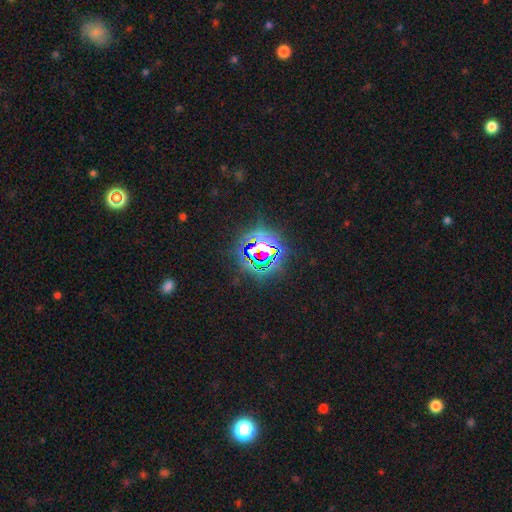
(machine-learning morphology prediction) This appears to be a star or artifact, not a galaxy (80%).